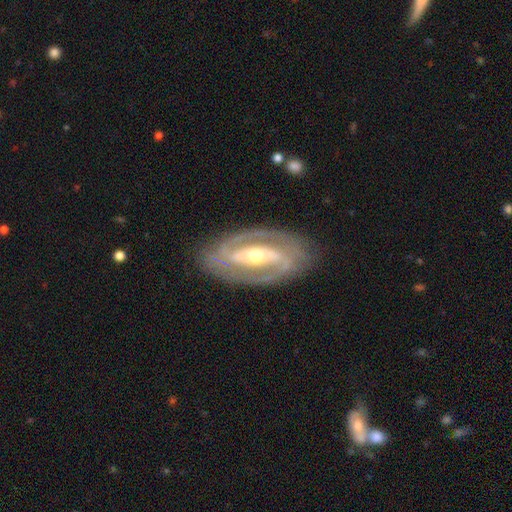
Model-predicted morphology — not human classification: smooth-or-featured: featured or disk: 89% | smooth: 7% | star or artifact: 4%
  disk-edge-on: no: 94% | yes: 6%
    bar: strong: 57% | weak: 25% | no: 18%
    has-spiral-arms: yes: 92% | no: 8%
      spiral-winding: tight: 49% | medium: 40% | loose: 11%
      spiral-arm-count: 2: 88% | can't tell: 6% | 3: 3% | 1: 2% | 4: 1% | more than 4: 1%
    bulge-size: moderate: 55% | small: 40% | large: 3% | dominant: 1% | none: 1%
  merging: none: 83% | minor disturbance: 12% | major disturbance: 4% | merger: 1%